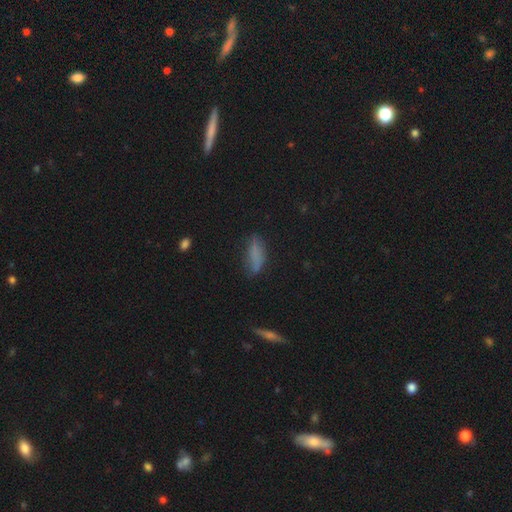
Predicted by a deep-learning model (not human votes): A smooth galaxy with no disk features (75%) that is in between round and cigar-shaped (57%).

Vote fractions:
- Smooth or featured? smooth: 75% / featured or disk: 15% / star or artifact: 10%
- How rounded? in between: 57% / cigar-shaped: 40% / round: 3%
- Merging? none: 65% / minor disturbance: 25% / major disturbance: 7% / merger: 3%